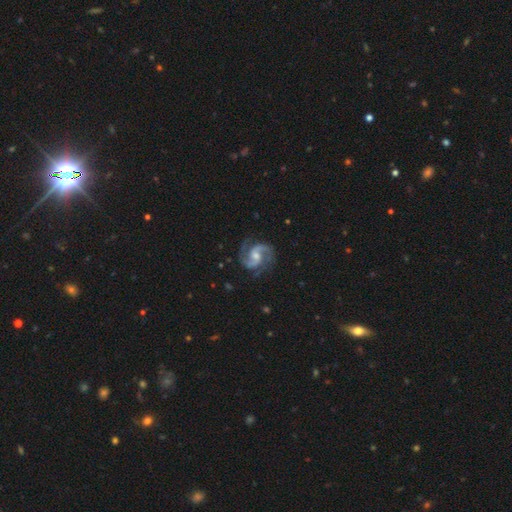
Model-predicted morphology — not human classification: This is clearly a featured or disk galaxy (92%). It is clearly not viewed edge-on (98%). Bar: possibly weak (45%). Spiral arm pattern: clearly yes (98%). Spiral arm count: clearly 2 (91%). Spiral winding: likely medium (64%). Central bulge: marginally moderate (45%). Merging: likely none (80%).